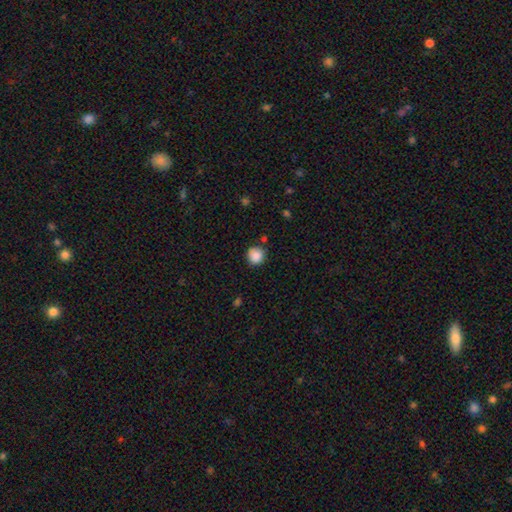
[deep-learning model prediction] smooth-or-featured: smooth: 87% | star or artifact: 9% | featured or disk: 4%
  how-rounded: round: 91% | in between: 8% | cigar-shaped: 1%
  merging: none: 79% | minor disturbance: 14% | merger: 4% | major disturbance: 3%